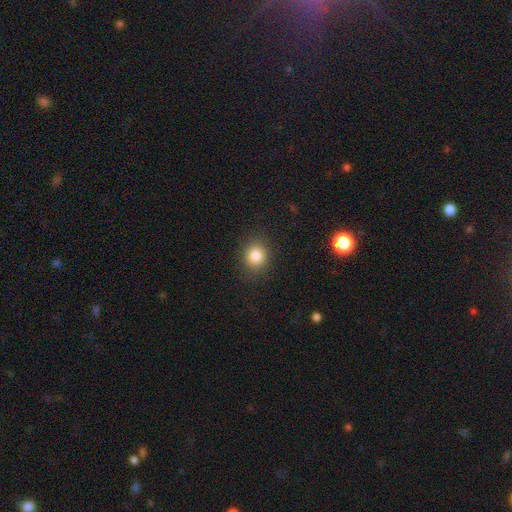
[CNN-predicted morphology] Overall: smooth (84%). How rounded: round (75%). Merging: none (87%).